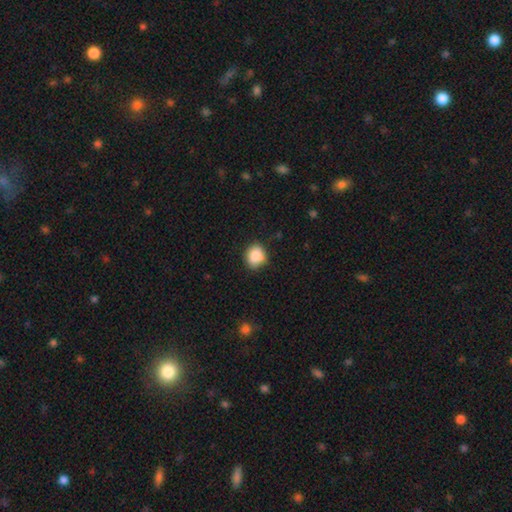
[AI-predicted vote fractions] This appears to be a smooth galaxy with no disk features (87%) that is round (74%). Merging: none (81%).